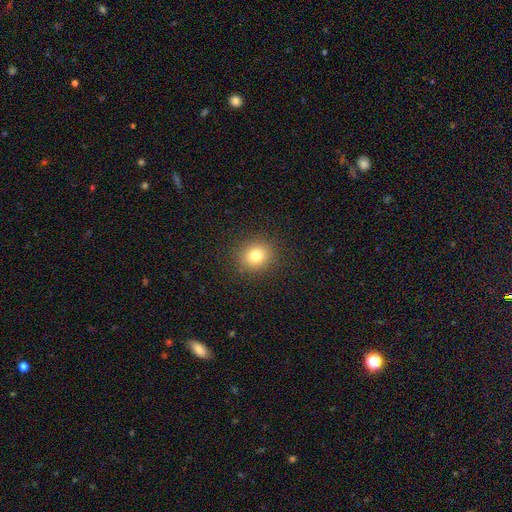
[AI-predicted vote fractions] smooth-or-featured: smooth: 79% | star or artifact: 13% | featured or disk: 8%
  how-rounded: round: 80% | in between: 19% | cigar-shaped: 1%
  merging: none: 90% | minor disturbance: 7% | major disturbance: 3% | merger: 1%